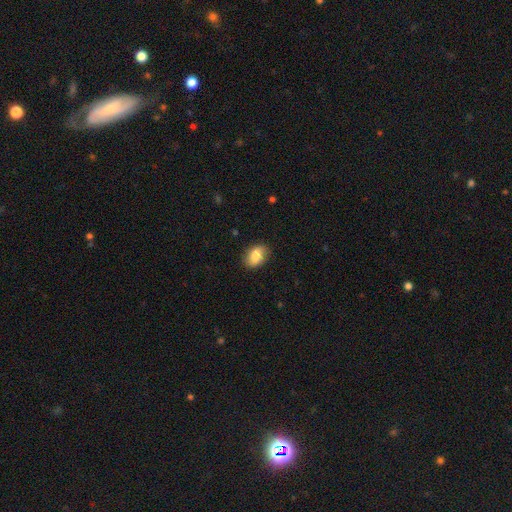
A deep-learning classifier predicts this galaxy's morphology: Q: Smooth or featured?
A: smooth (78%); runner-up: featured or disk (15%)
Q: How rounded?
A: in between (85%); runner-up: round (13%)
Q: Merging?
A: none (82%); runner-up: minor disturbance (14%)